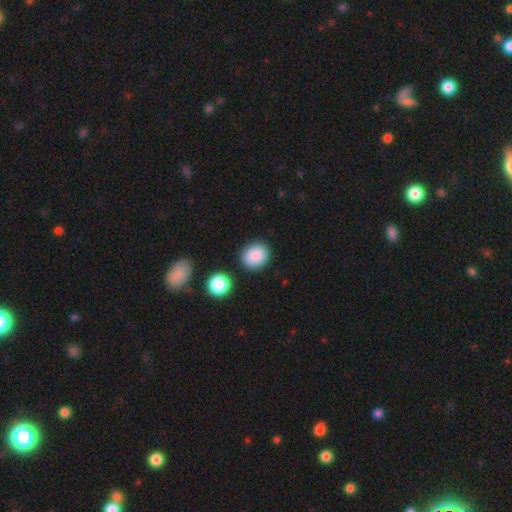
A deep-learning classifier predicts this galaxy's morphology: Smooth or featured: smooth — 88% (star or artifact — 8%)
How rounded: round — 68% (in between — 31%)
Merging: none — 83% (minor disturbance — 9%)